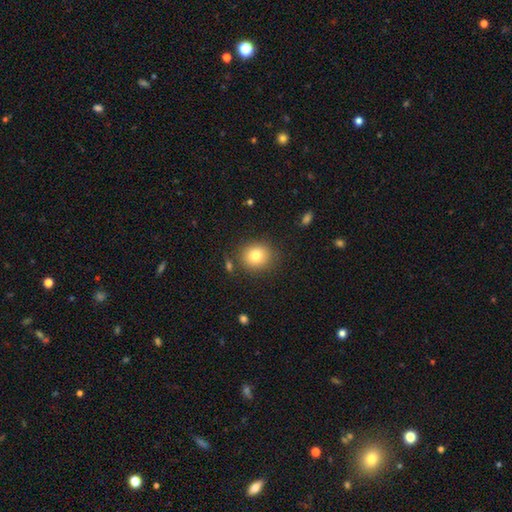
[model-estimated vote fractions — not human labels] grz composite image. It shows a smooth galaxy with no disk features (81%) that is round (81%). Merging: none (84%).